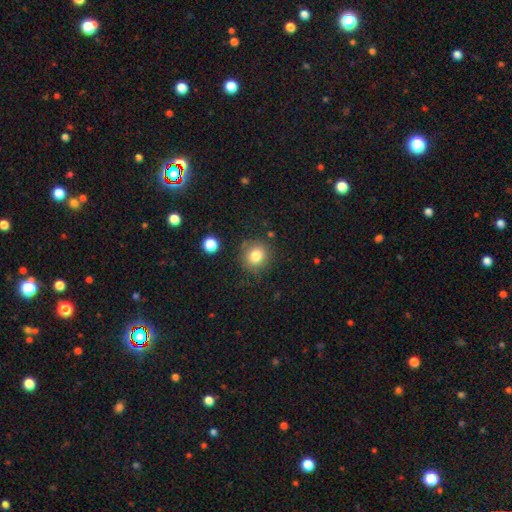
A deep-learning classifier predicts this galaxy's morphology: Smooth or featured: smooth — 81% (star or artifact — 11%)
How rounded: round — 87% (in between — 12%)
Merging: none — 82% (minor disturbance — 11%)